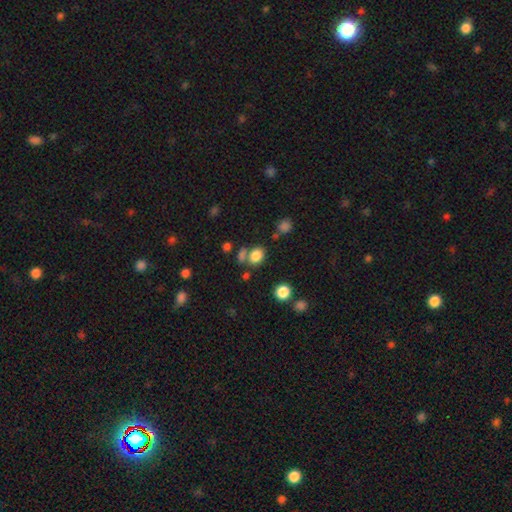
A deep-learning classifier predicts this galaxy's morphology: Q: Smooth or featured?
A: smooth (81%); runner-up: star or artifact (13%)
Q: How rounded?
A: in between (62%); runner-up: round (37%)
Q: Merging?
A: none (62%); runner-up: merger (20%)